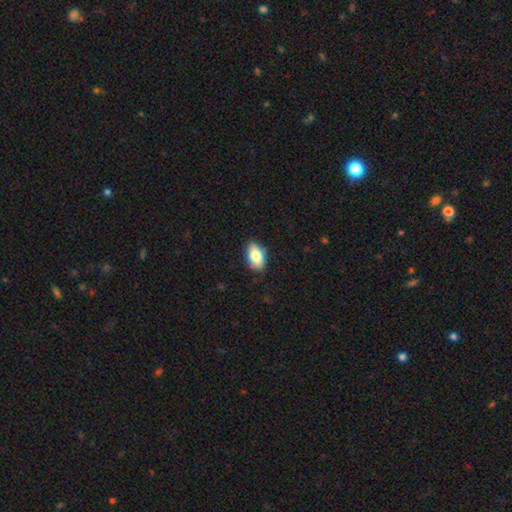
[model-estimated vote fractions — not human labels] This appears to be a smooth galaxy with no disk features (78%) that is in between round and cigar-shaped (91%). Merging: none (84%).